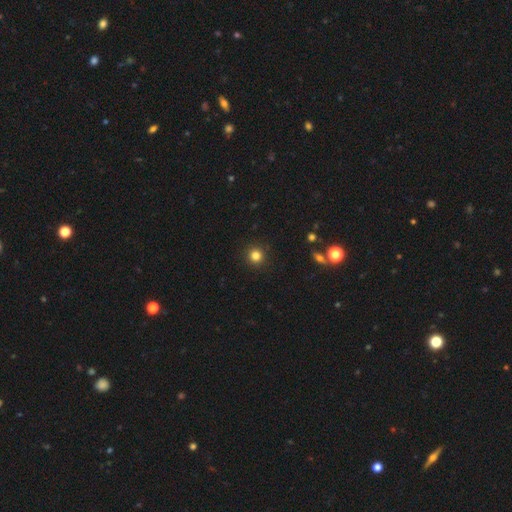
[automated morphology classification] smooth_or_featured: smooth (p=0.82) [alt: star or artifact p=0.13]
how_rounded: round (p=0.94) [alt: in between p=0.05]
merging: none (p=0.92) [alt: minor disturbance p=0.05]